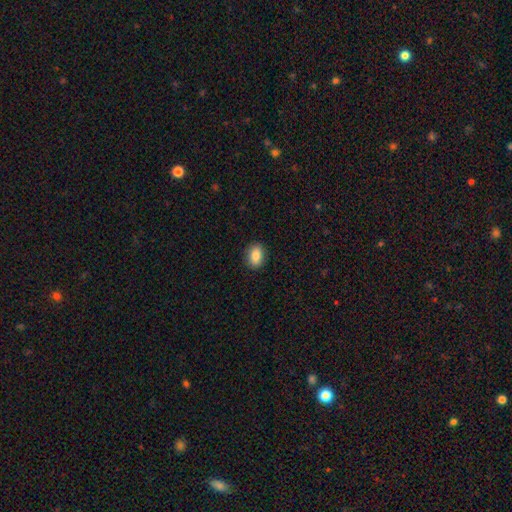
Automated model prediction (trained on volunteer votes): smooth_or_featured: smooth (p=0.86) [alt: star or artifact p=0.08]
how_rounded: in between (p=0.78) [alt: round p=0.21]
merging: none (p=0.90) [alt: minor disturbance p=0.07]